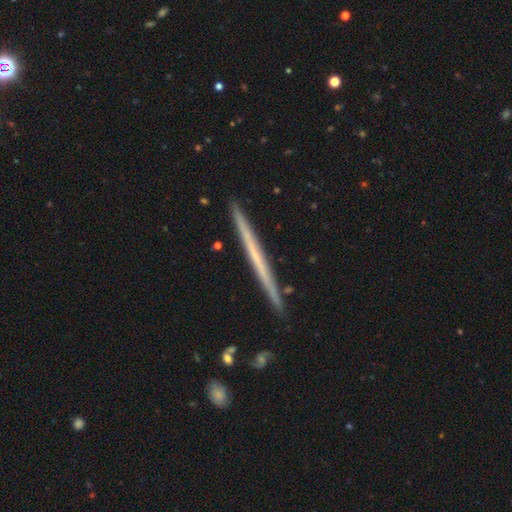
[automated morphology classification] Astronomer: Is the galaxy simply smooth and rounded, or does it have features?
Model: featured or disk — 58% (runner-up: smooth, 36%).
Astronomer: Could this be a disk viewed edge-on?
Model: yes — 98%.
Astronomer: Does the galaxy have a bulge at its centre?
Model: none — 90%.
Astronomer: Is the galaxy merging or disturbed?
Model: none — 91%.